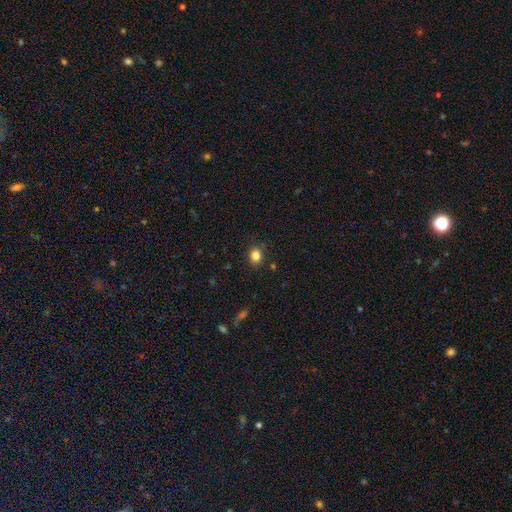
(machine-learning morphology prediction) smooth_or_featured: smooth (p=0.83) [alt: star or artifact p=0.12]
how_rounded: round (p=0.66) [alt: in between p=0.33]
merging: none (p=0.85) [alt: minor disturbance p=0.10]